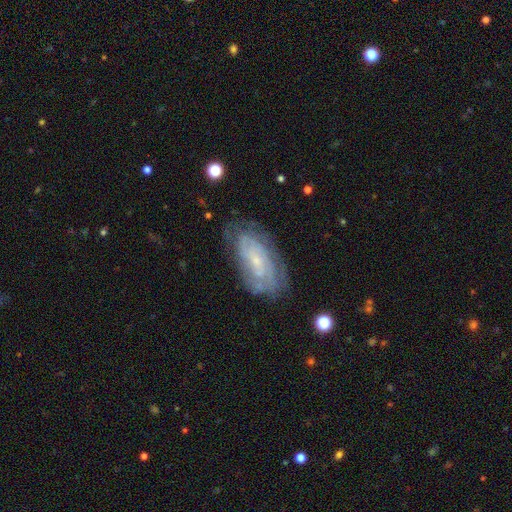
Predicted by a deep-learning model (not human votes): smooth-or-featured: featured or disk: 62% | smooth: 23% | star or artifact: 15%
  disk-edge-on: no: 90% | yes: 10%
    bar: no: 60% | weak: 31% | strong: 9%
    has-spiral-arms: yes: 83% | no: 17%
    bulge-size: small: 72% | moderate: 19% | none: 6% | large: 2% | dominant: 1%
  merging: none: 76% | minor disturbance: 17% | major disturbance: 5% | merger: 2%